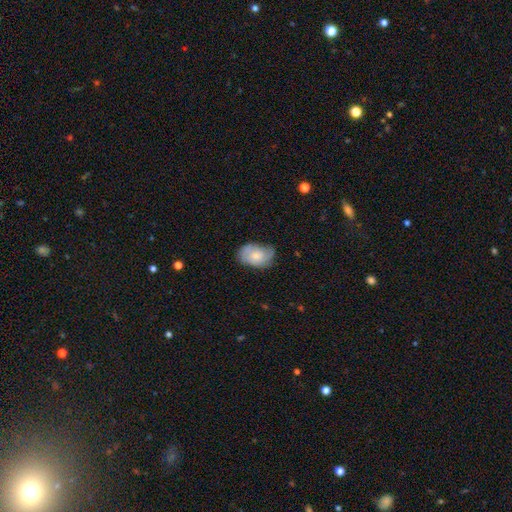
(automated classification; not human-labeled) smooth 61%, featured or disk 32%, star or artifact 7%. Down the decision tree: how rounded — in between (84%); merging — none (59%).